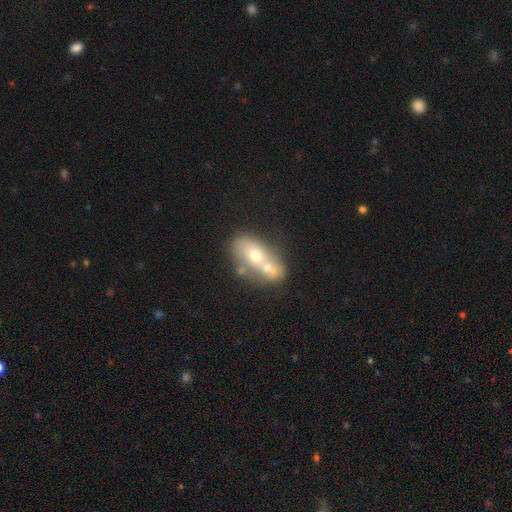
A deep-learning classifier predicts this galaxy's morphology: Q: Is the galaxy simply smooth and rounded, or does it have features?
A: smooth — 47%.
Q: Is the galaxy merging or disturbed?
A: merger — 64%.